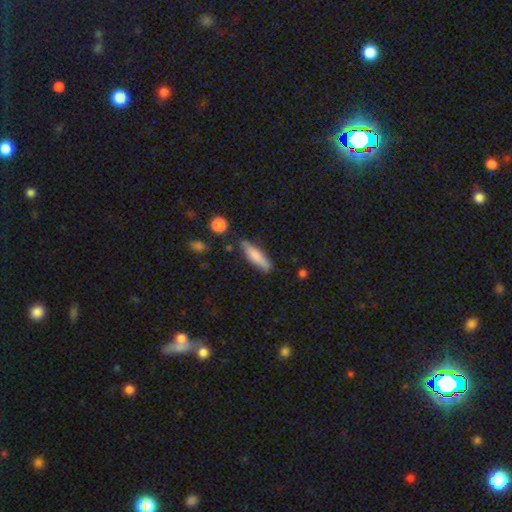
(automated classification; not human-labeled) Morphology: type=smooth (74%); roundness=cigar-shaped (69%); merging=none (79%).